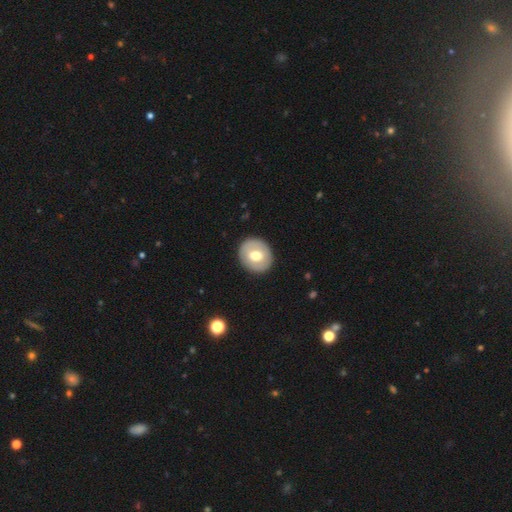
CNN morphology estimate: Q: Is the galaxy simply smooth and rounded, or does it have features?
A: smooth — 61%.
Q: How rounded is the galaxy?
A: round — 77%.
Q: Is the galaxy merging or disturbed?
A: none — 90%.